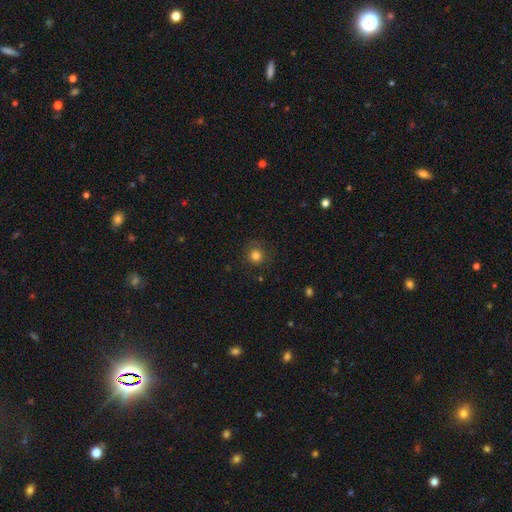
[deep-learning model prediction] Q: Smooth or featured?
A: smooth (81%); runner-up: star or artifact (13%)
Q: How rounded?
A: round (93%); runner-up: in between (6%)
Q: Merging?
A: none (84%); runner-up: minor disturbance (11%)